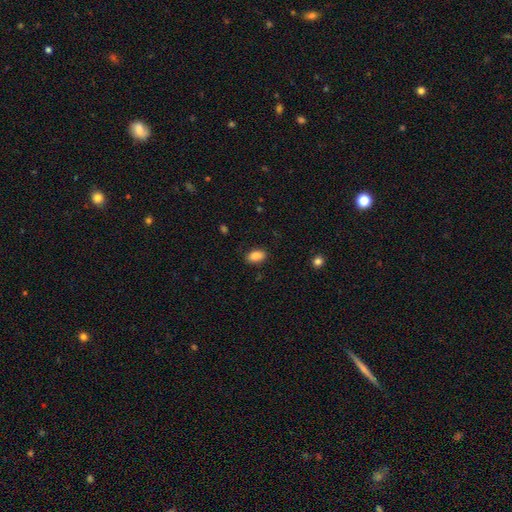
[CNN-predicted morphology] The model was most divided on "merging": none: 86%, minor disturbance: 10%, major disturbance: 3%, merger: 1%. More confident: how rounded — in between (90%); smooth or featured — smooth (87%).